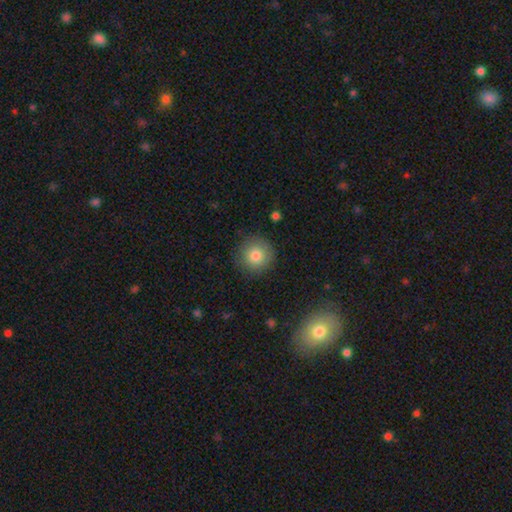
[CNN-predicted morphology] Smooth or featured? smooth (82%)
How rounded? round (95%)
Merging? none (88%)